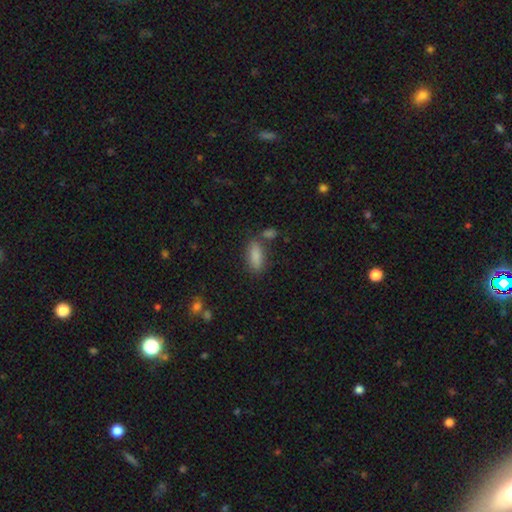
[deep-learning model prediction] Smooth or featured? smooth (86%)
How rounded? in between (82%)
Merging? none (70%)